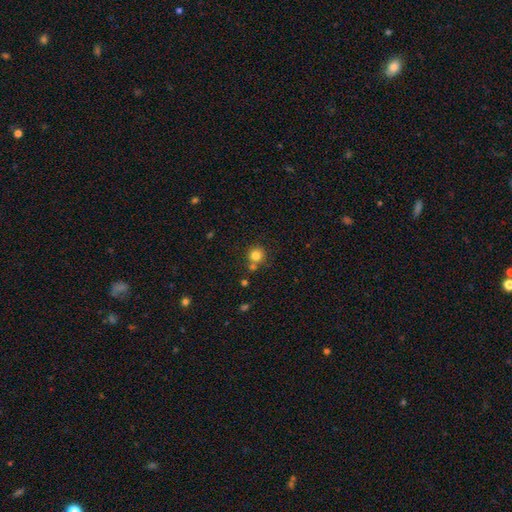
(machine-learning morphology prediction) smooth-or-featured: smooth: 81% | star or artifact: 12% | featured or disk: 7%
  how-rounded: round: 92% | in between: 7% | cigar-shaped: 1%
  merging: none: 70% | merger: 17% | minor disturbance: 9% | major disturbance: 3%